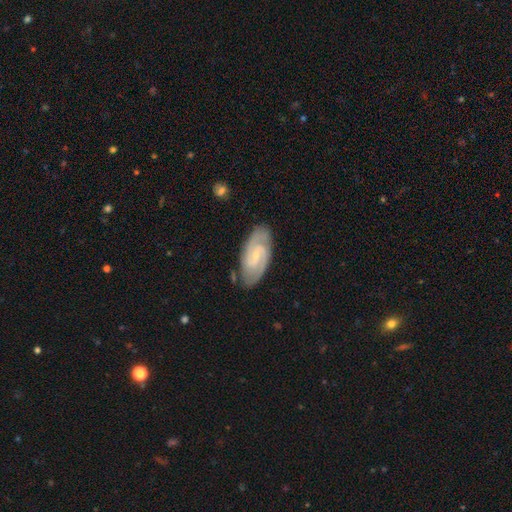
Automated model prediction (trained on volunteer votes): featured or disk 87%, smooth 8%, star or artifact 5%. Down the decision tree: edge-on disk — no (96%); bar — weak (51%); spiral arms — yes (98%); spiral arm count — 2 (85%); spiral winding — tight (50%); bulge size — small (73%); merging — none (83%).